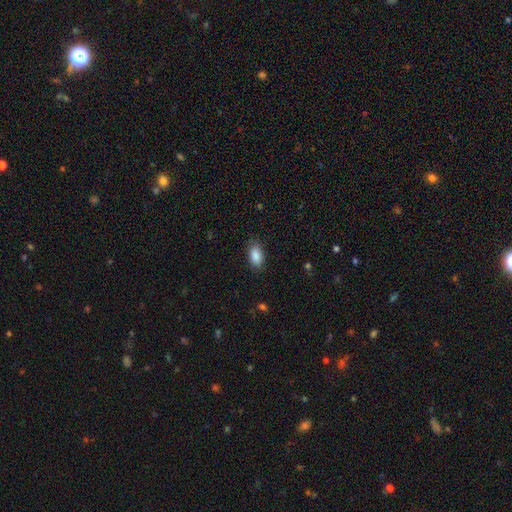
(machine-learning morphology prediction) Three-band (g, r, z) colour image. It shows a smooth galaxy with no disk features (89%) that is in between round and cigar-shaped (93%). Merging: none (85%).